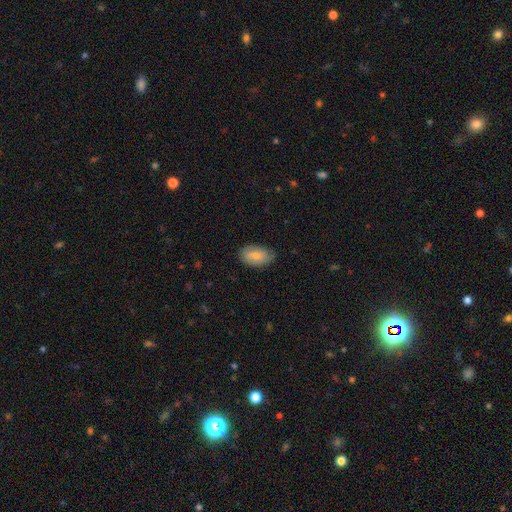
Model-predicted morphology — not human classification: The model was most divided on "merging": none: 74%, minor disturbance: 22%, major disturbance: 4%, merger: 1%. More confident: how rounded — in between (93%); smooth or featured — smooth (78%).